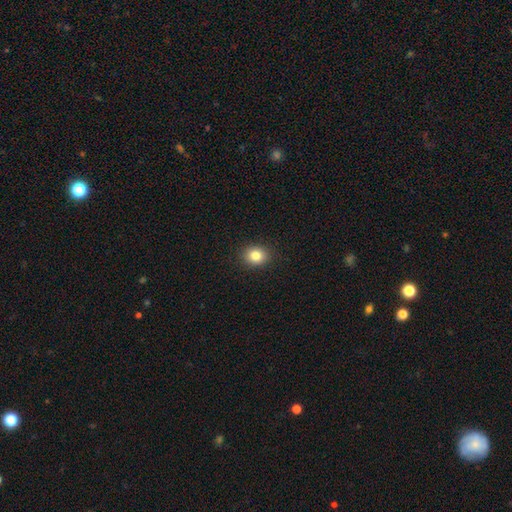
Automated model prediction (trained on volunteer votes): This is clearly a smooth galaxy (82%). How rounded: likely round (70%). Merging: clearly none (91%).